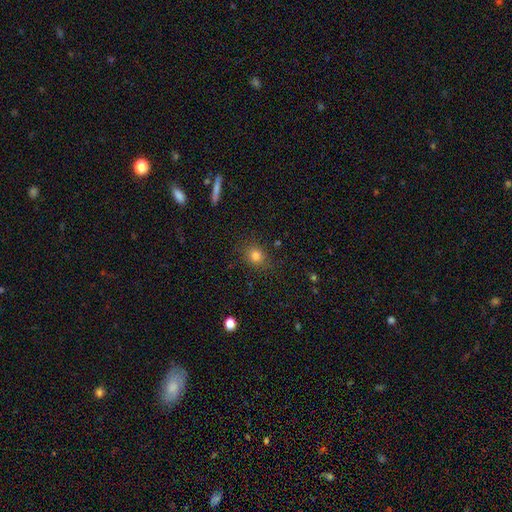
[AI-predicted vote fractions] smooth-or-featured: smooth: 80% | star or artifact: 13% | featured or disk: 6%
  how-rounded: round: 74% | in between: 25% | cigar-shaped: 1%
  merging: none: 84% | minor disturbance: 11% | major disturbance: 4% | merger: 2%